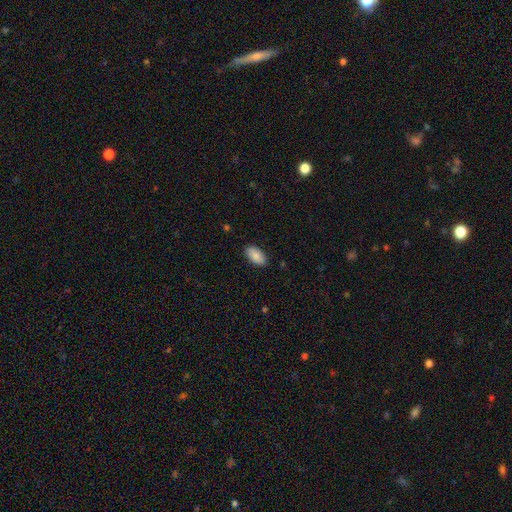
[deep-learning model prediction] smooth 86%, featured or disk 8%, star or artifact 6%. Down the decision tree: how rounded — in between (95%); merging — none (87%).